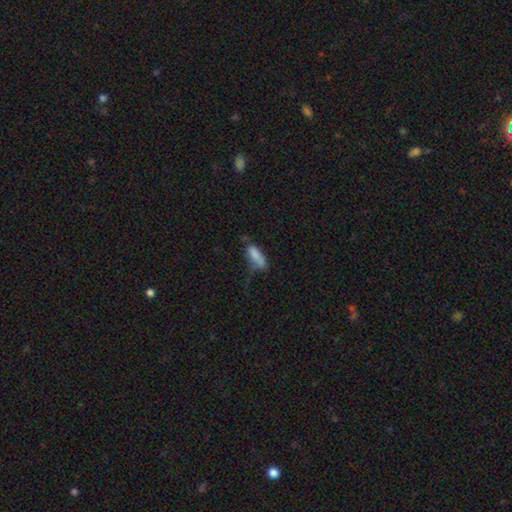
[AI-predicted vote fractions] Morphology: type=smooth (80%); roundness=in between (63%); merging=none (36%).